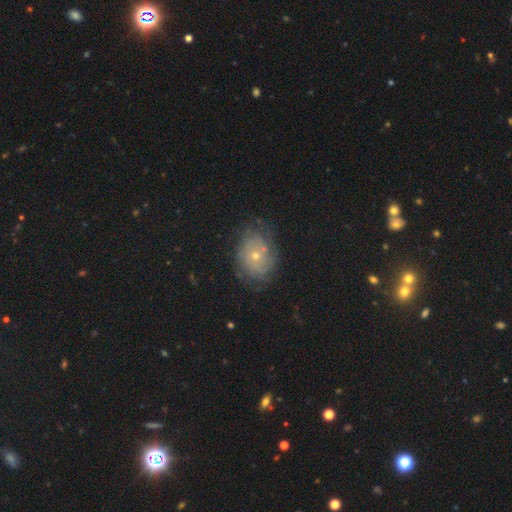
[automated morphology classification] A featured or disk galaxy (56%) with no bar (88%), spiral arms (67%) and a small central bulge (67%).

Vote fractions:
- Smooth or featured? featured or disk: 56% / smooth: 32% / star or artifact: 12%
- Edge-on disk? no: 96% / yes: 4%
- Bar? no: 88% / weak: 10% / strong: 2%
- Spiral arms? yes: 67% / no: 33%
- Bulge size? small: 67% / moderate: 30% / large: 1% / none: 1% / dominant: 1%
- Merging? none: 67% / minor disturbance: 21% / major disturbance: 9% / merger: 3%